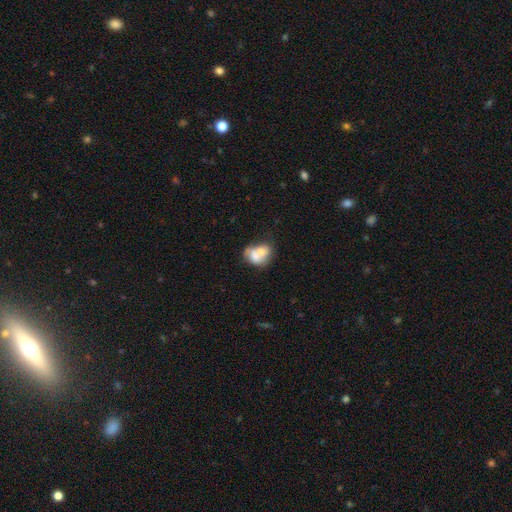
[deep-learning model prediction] A smooth galaxy with no disk features (63%) that is in between round and cigar-shaped (57%).

Vote fractions:
- Smooth or featured? smooth: 63% / featured or disk: 29% / star or artifact: 8%
- How rounded? in between: 57% / round: 42% / cigar-shaped: 1%
- Merging? merger: 63% / none: 21% / minor disturbance: 10% / major disturbance: 6%